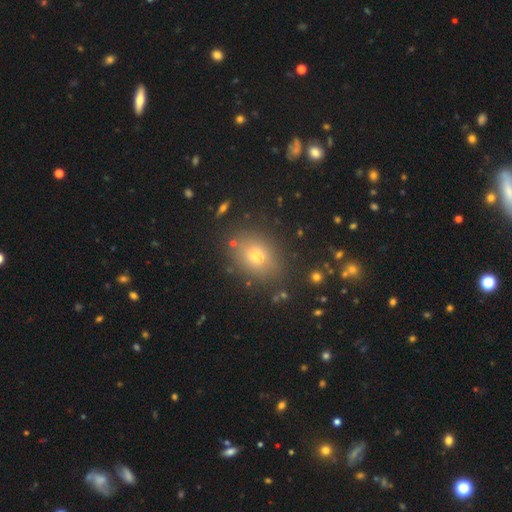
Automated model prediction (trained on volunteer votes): smooth-or-featured: smooth: 71% | star or artifact: 17% | featured or disk: 12%
  how-rounded: in between: 58% | round: 40% | cigar-shaped: 1%
  merging: none: 84% | minor disturbance: 10% | major disturbance: 3% | merger: 3%